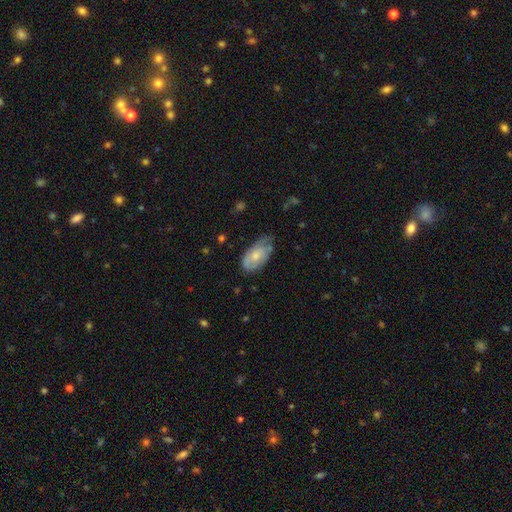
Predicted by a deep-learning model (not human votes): A smooth galaxy with no disk features (59%) that is in between round and cigar-shaped (93%). Merging: none (42%, tied with minor disturbance).